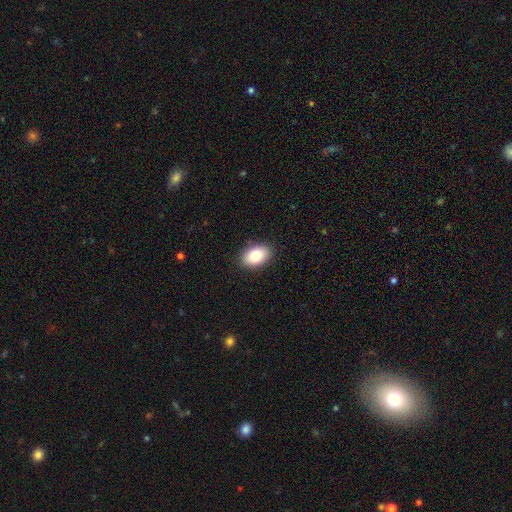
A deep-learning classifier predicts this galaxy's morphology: Smooth or featured?
  - smooth: 83% *
  - featured or disk: 9%
  - star or artifact: 8%
How rounded?
  - in between: 89% *
  - round: 10%
  - cigar-shaped: 1%
Merging?
  - none: 89% *
  - minor disturbance: 8%
  - major disturbance: 2%
  - merger: 1%